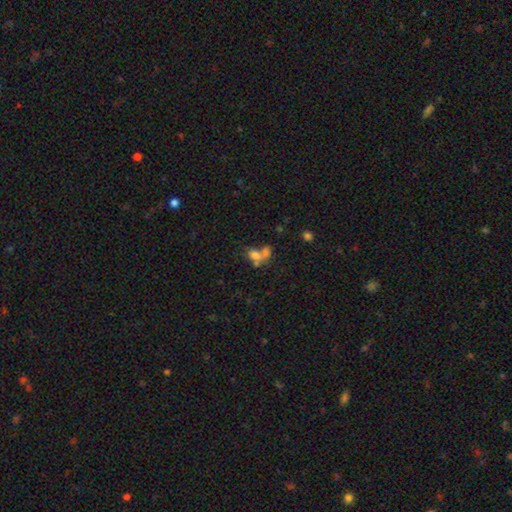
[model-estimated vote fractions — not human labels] smooth-or-featured: smooth: 66% | featured or disk: 19% | star or artifact: 15%
  how-rounded: in between: 65% | round: 32% | cigar-shaped: 2%
  merging: merger: 59% | none: 24% | major disturbance: 9% | minor disturbance: 9%